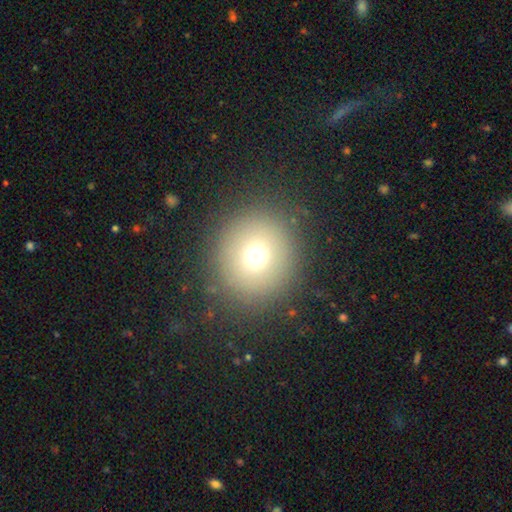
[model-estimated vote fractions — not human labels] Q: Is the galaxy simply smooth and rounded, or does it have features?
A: smooth — 70%.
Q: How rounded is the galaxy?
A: round — 92%.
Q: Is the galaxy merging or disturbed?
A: none — 87%.